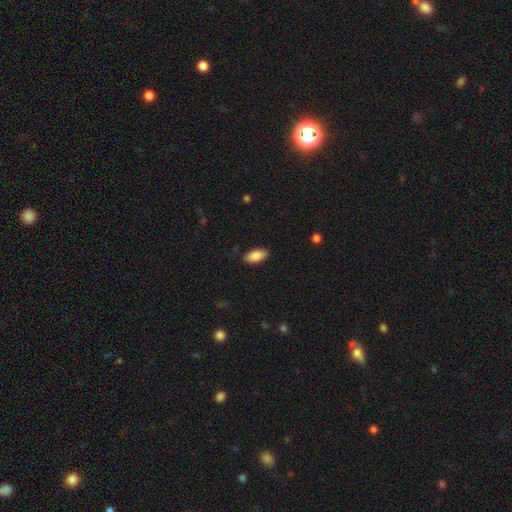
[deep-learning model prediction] smooth_or_featured: smooth (p=0.88) [alt: star or artifact p=0.07]
how_rounded: in between (p=0.92) [alt: cigar-shaped p=0.06]
merging: none (p=0.86) [alt: minor disturbance p=0.10]